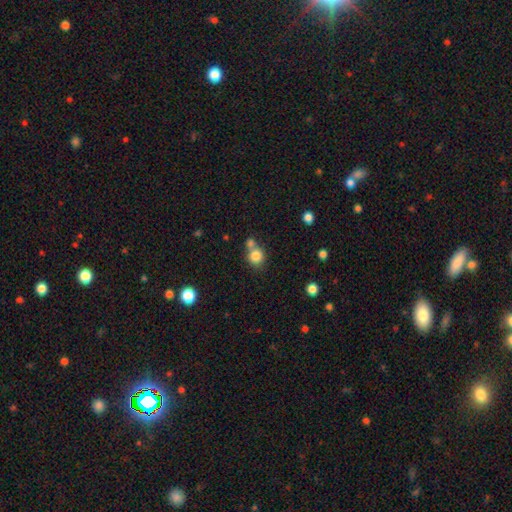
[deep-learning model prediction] A smooth galaxy with no disk features (81%) that is round (86%).

Vote fractions:
- Smooth or featured? smooth: 81% / star or artifact: 11% / featured or disk: 8%
- How rounded? round: 86% / in between: 13% / cigar-shaped: 1%
- Merging? none: 54% / merger: 34% / minor disturbance: 9% / major disturbance: 3%